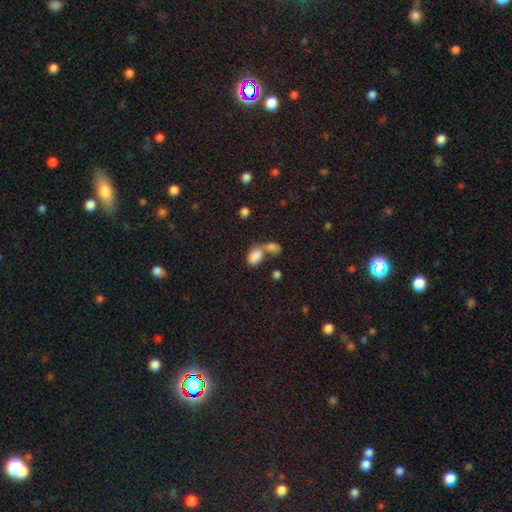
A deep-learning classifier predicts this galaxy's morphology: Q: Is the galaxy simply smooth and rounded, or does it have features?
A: smooth — 84%.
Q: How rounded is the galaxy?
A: in between — 82%.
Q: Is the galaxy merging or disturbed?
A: merger — 60%.